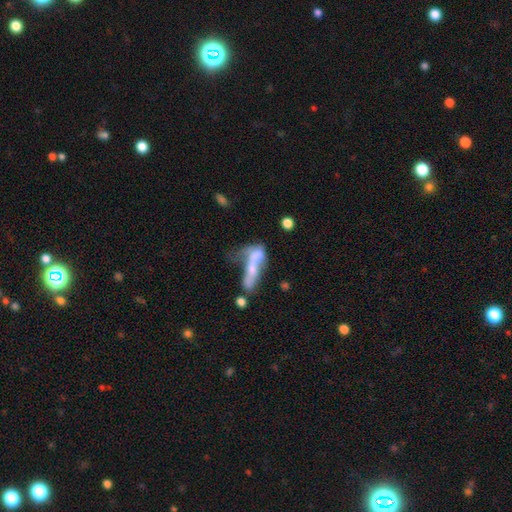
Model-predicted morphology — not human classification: smooth_or_featured: smooth (p=0.49) [alt: featured or disk p=0.41]
merging: merger (p=0.49) [alt: major disturbance p=0.24]